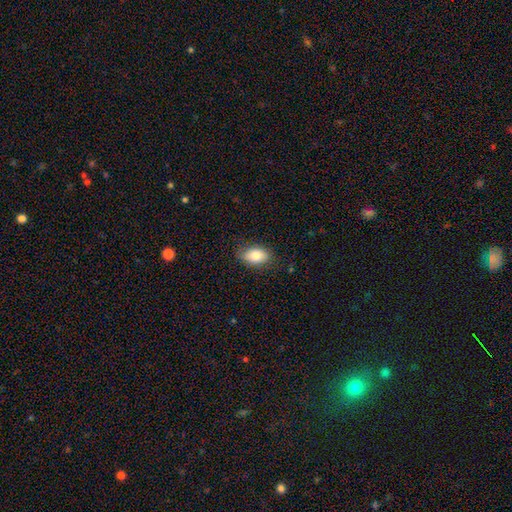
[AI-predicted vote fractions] Smooth or featured: smooth — 81% (featured or disk — 12%)
How rounded: in between — 88% (round — 10%)
Merging: none — 80% (minor disturbance — 15%)